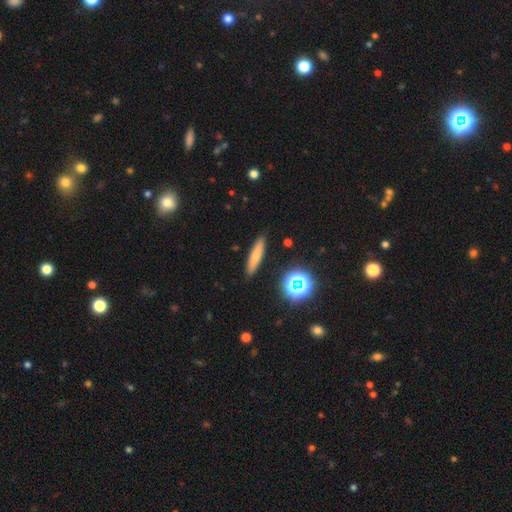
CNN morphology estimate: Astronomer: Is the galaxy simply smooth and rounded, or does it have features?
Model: smooth — 70%.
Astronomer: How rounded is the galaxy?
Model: cigar-shaped — 83%.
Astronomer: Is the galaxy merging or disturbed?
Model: none — 89%.